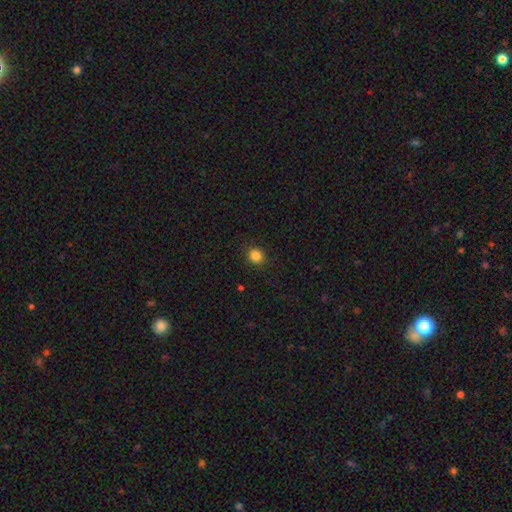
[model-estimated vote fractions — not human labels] The model was most divided on "how rounded": round: 84%, in between: 15%, cigar-shaped: 1%. More confident: merging — none (90%); smooth or featured — smooth (85%).